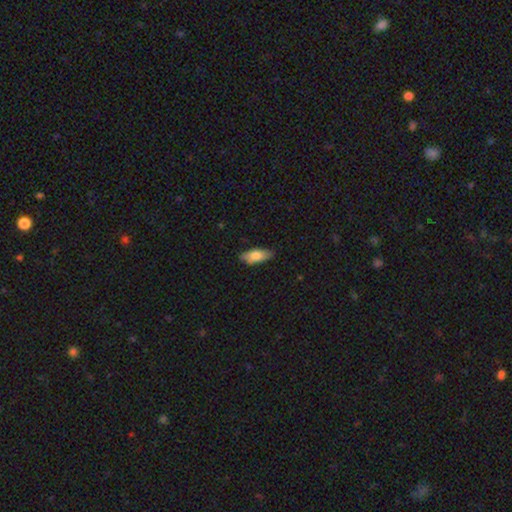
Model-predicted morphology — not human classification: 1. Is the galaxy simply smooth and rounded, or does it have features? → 74% smooth, 20% featured or disk, 6% star or artifact.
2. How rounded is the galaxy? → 77% in between, 20% cigar-shaped, 2% round.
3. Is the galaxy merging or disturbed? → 82% none, 15% minor disturbance, 2% major disturbance, 1% merger.